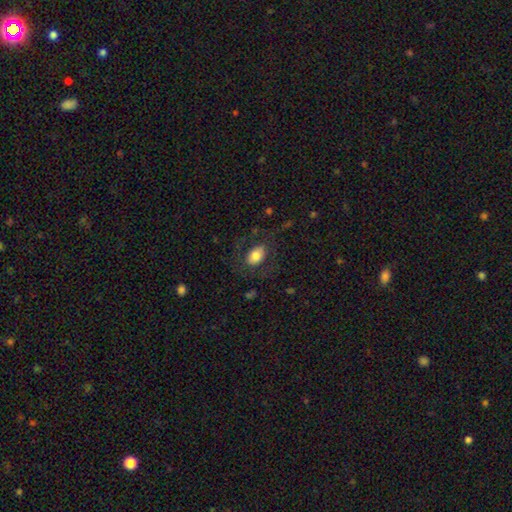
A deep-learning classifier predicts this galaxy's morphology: Smooth or featured? smooth (73%)
How rounded? in between (84%)
Merging? none (69%)